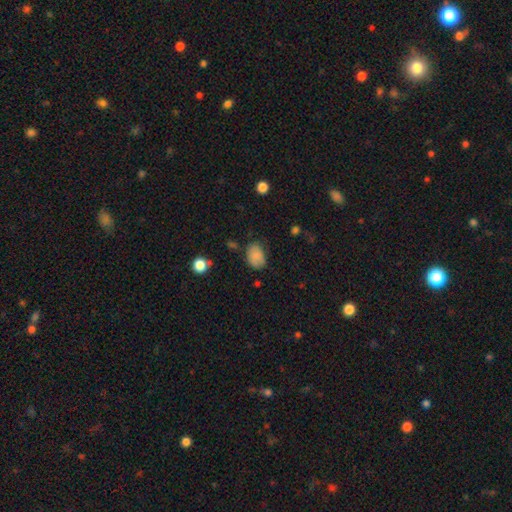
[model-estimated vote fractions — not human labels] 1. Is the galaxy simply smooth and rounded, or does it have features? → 84% smooth, 9% star or artifact, 7% featured or disk.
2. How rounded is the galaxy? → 77% in between, 22% round, 1% cigar-shaped.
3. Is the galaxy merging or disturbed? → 65% none, 26% minor disturbance, 6% major disturbance, 3% merger.